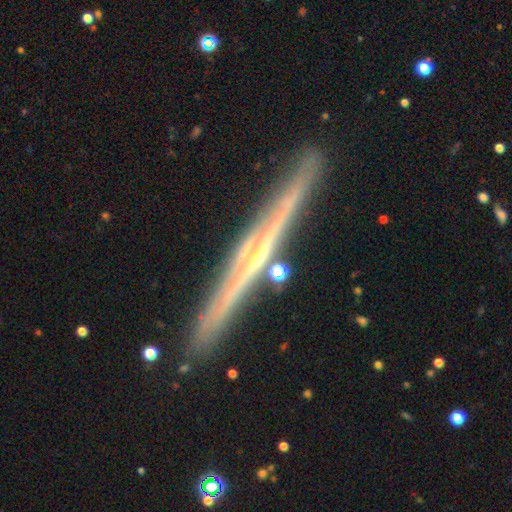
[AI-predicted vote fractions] Smooth or featured? Predicted: featured or disk (p=0.81). Edge-on disk? Predicted: yes (p=0.98). Edge-on bulge? Predicted: none (p=0.50). Merging? Predicted: none (p=0.89).